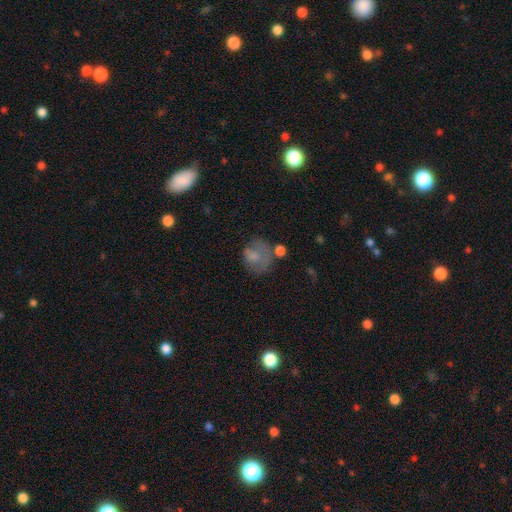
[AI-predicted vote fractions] Smooth or featured? smooth (68%)
How rounded? round (62%)
Merging? none (40%)